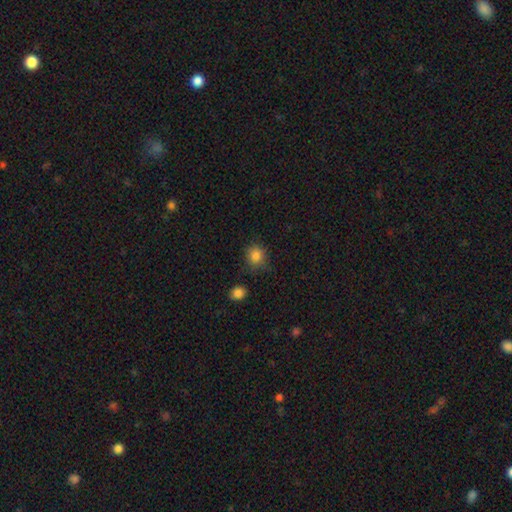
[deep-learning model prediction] smooth-or-featured: smooth: 84% | star or artifact: 11% | featured or disk: 5%
  how-rounded: round: 81% | in between: 18% | cigar-shaped: 1%
  merging: none: 78% | minor disturbance: 15% | major disturbance: 4% | merger: 3%